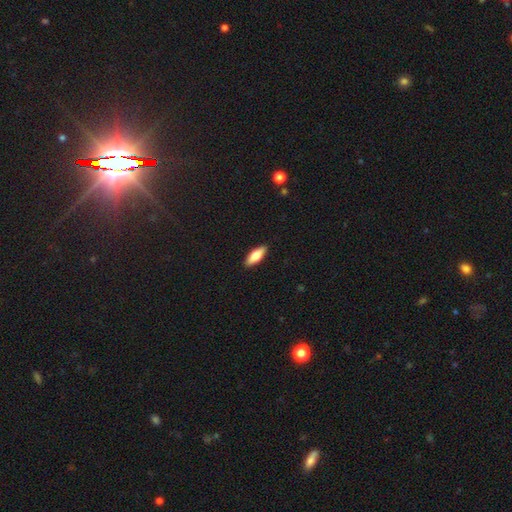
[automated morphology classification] This appears to be a smooth galaxy with no disk features (67%) that is in between round and cigar-shaped (61%). Merging: none (90%).